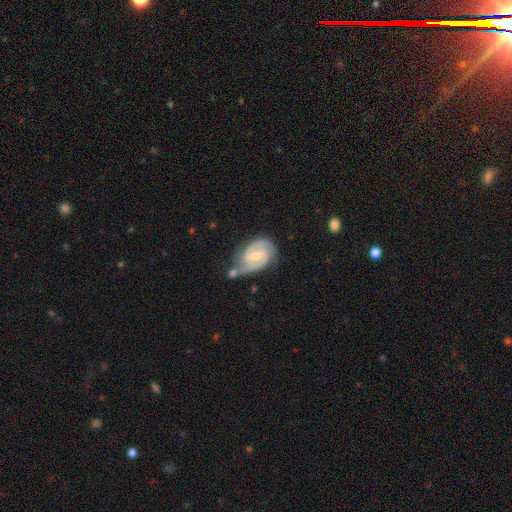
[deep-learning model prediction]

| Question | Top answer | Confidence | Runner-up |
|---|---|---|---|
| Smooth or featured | featured or disk | 87% | smooth (8%) |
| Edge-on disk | no | 97% | yes (3%) |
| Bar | weak | 53% | no (32%) |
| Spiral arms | yes | 97% | no (3%) |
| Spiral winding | tight | 49% | medium (43%) |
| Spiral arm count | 2 | 85% | 3 (6%) |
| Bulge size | moderate | 49% | small (46%) |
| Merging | none | 53% | minor disturbance (23%) |